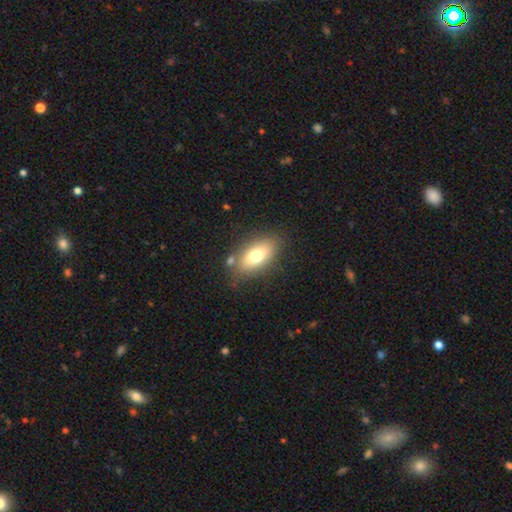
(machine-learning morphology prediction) Overall: smooth (73%). How rounded: in between (87%). Merging: none (75%).